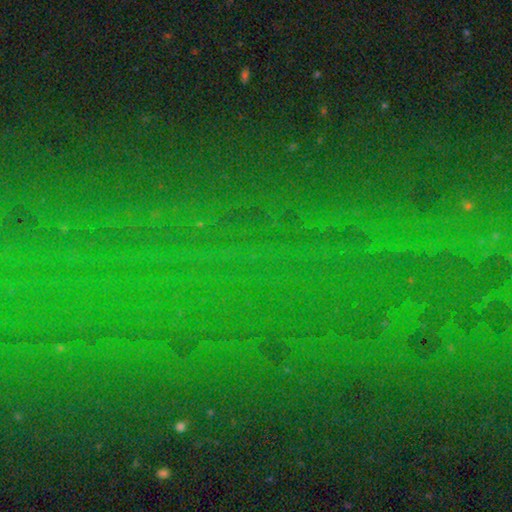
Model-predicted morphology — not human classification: type=star or artifact (82%).